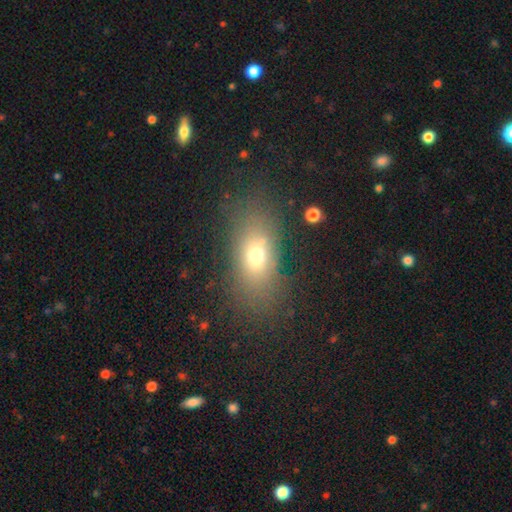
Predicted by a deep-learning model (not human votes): Smooth or featured? Predicted: smooth (p=0.67). How rounded? Predicted: in between (p=0.78). Merging? Predicted: none (p=0.74).